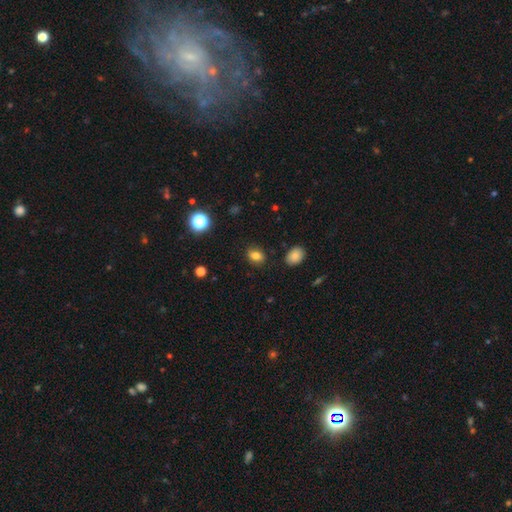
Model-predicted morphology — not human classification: The model was most divided on "how rounded": in between: 69%, round: 30%, cigar-shaped: 2%. More confident: merging — none (86%); smooth or featured — smooth (81%).